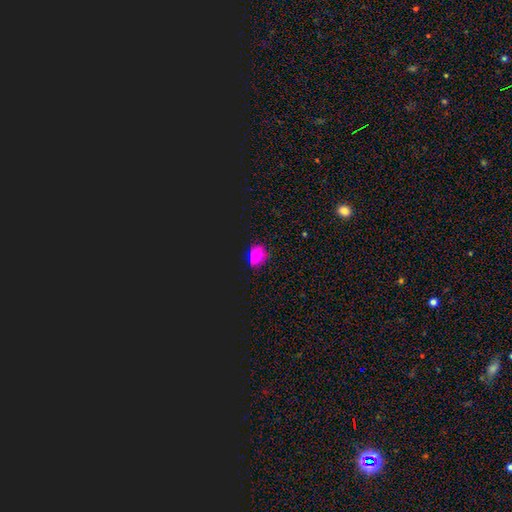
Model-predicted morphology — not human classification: This appears to be a smooth galaxy with no disk features (58%) that is in between round and cigar-shaped (65%). Merging: none (78%).